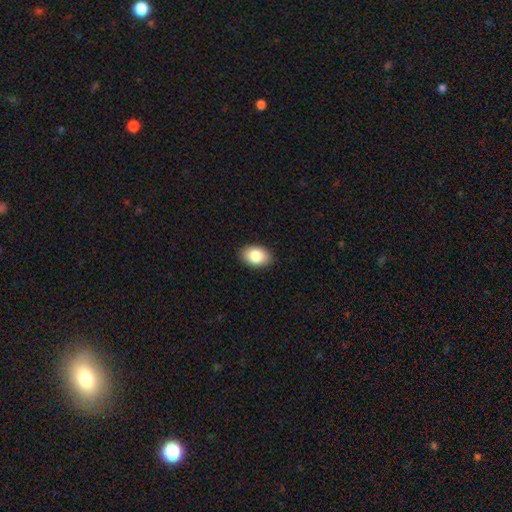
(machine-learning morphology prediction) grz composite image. It shows a smooth galaxy with no disk features (85%) that is in between round and cigar-shaped (85%). Merging: none (90%).